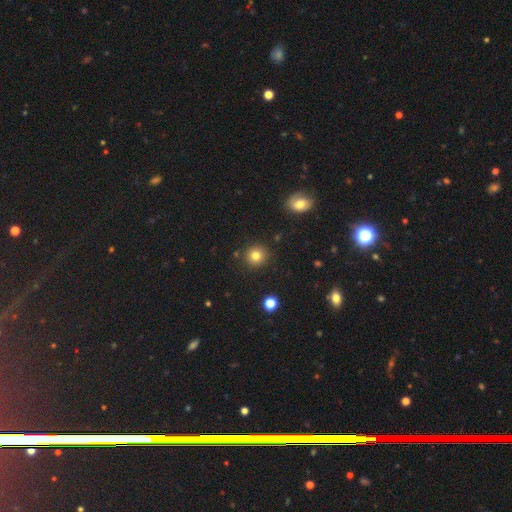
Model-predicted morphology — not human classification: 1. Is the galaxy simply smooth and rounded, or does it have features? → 81% smooth, 13% star or artifact, 7% featured or disk.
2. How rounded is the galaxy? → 91% round, 8% in between, 1% cigar-shaped.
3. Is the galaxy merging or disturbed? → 88% none, 7% minor disturbance, 3% merger, 2% major disturbance.